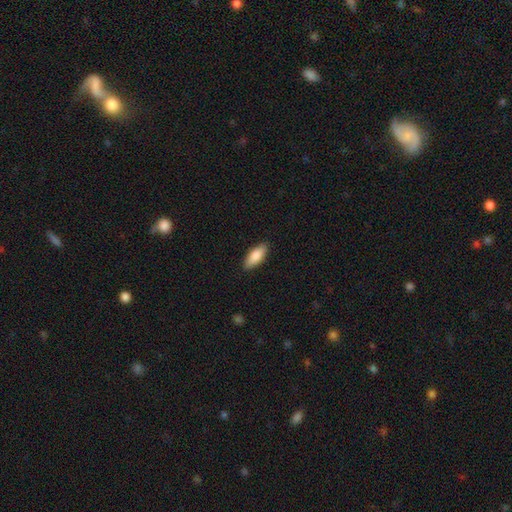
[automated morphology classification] Overall: smooth (85%). How rounded: in between (76%). Merging: none (89%).